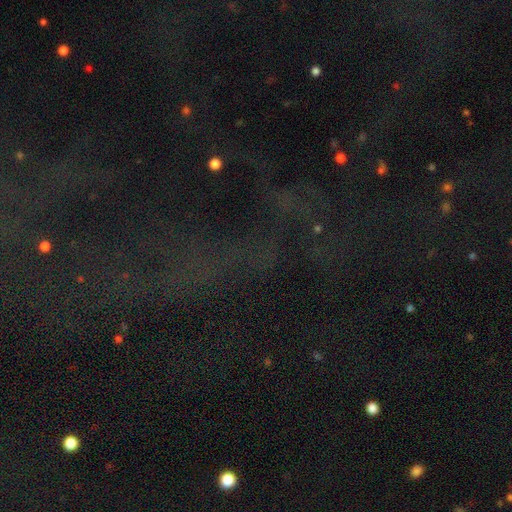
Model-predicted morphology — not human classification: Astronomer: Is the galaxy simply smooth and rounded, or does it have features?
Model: star or artifact — 69%.